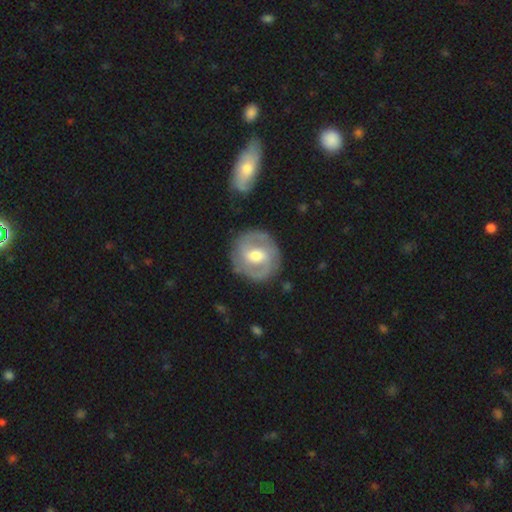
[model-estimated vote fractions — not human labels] A featured or disk galaxy (72%) with a weak bar (49%), 2 (80%) tight (46%) spiral arms (79%) and a moderate central bulge (76%).

Vote fractions:
- Smooth or featured? featured or disk: 72% / smooth: 23% / star or artifact: 5%
- Edge-on disk? no: 96% / yes: 4%
- Bar? weak: 49% / no: 27% / strong: 24%
- Spiral arms? yes: 79% / no: 21%
- Spiral winding? tight: 46% / medium: 40% / loose: 14%
- Spiral arm count? 2: 80% / can't tell: 11% / 3: 4% / 1: 3% / 4: 1% / more than 4: 1%
- Bulge size? moderate: 76% / small: 12% / large: 10% / none: 1% / dominant: 1%
- Merging? none: 82% / minor disturbance: 12% / major disturbance: 4% / merger: 2%